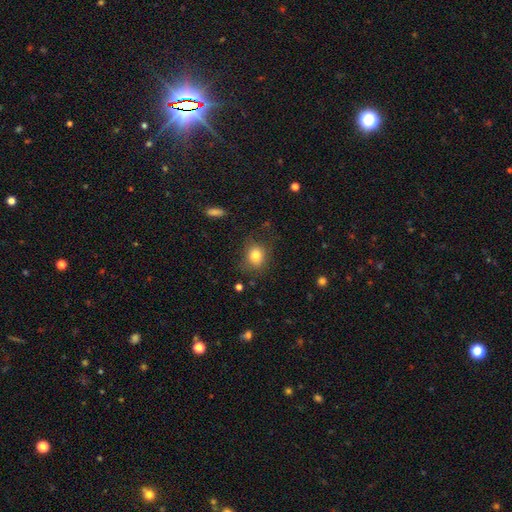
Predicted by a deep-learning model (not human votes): A smooth galaxy with no disk features (80%) that is round (62%).

Vote fractions:
- Smooth or featured? smooth: 80% / star or artifact: 11% / featured or disk: 9%
- How rounded? round: 62% / in between: 37% / cigar-shaped: 1%
- Merging? none: 74% / minor disturbance: 17% / major disturbance: 7% / merger: 2%